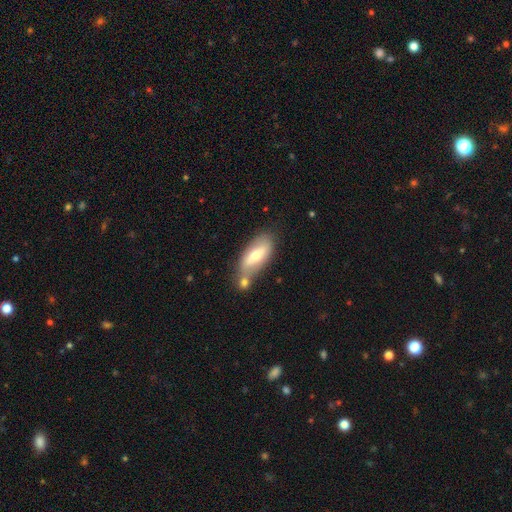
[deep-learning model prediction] Smooth or featured: smooth — 59% (featured or disk — 35%)
How rounded: in between — 77% (cigar-shaped — 21%)
Merging: none — 54% (merger — 24%)